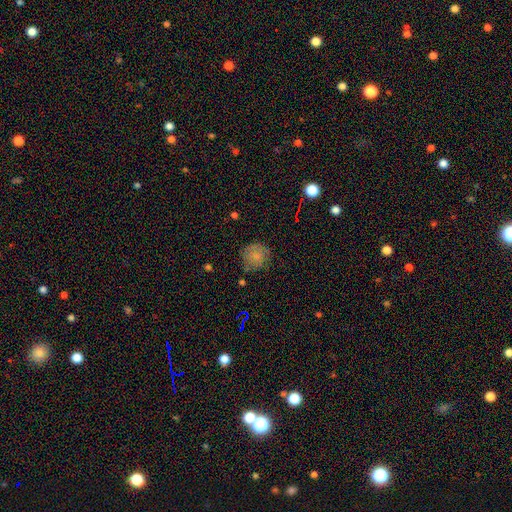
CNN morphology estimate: Overall: smooth (74%). How rounded: round (88%). Merging: none (72%).